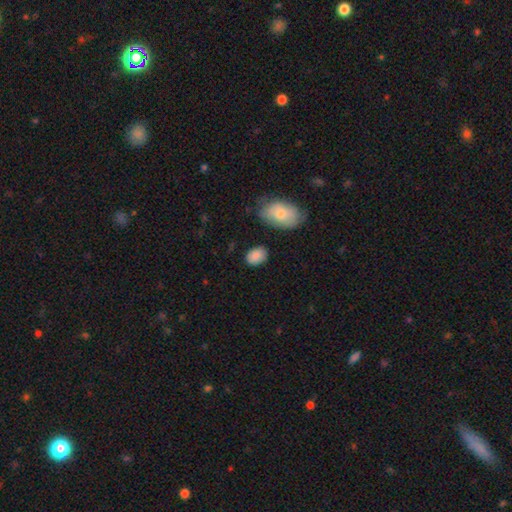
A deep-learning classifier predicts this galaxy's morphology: A smooth galaxy with no disk features (87%) that is in between round and cigar-shaped (73%).

Vote fractions:
- Smooth or featured? smooth: 87% / star or artifact: 7% / featured or disk: 5%
- How rounded? in between: 73% / round: 25% / cigar-shaped: 1%
- Merging? none: 79% / minor disturbance: 14% / major disturbance: 3% / merger: 3%